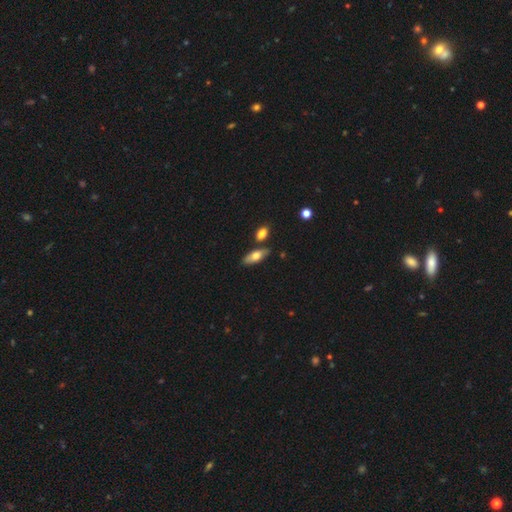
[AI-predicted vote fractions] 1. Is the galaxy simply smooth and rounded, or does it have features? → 68% smooth, 26% featured or disk, 6% star or artifact.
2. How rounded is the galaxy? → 75% in between, 22% cigar-shaped, 3% round.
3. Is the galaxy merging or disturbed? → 75% none, 13% minor disturbance, 10% merger, 3% major disturbance.